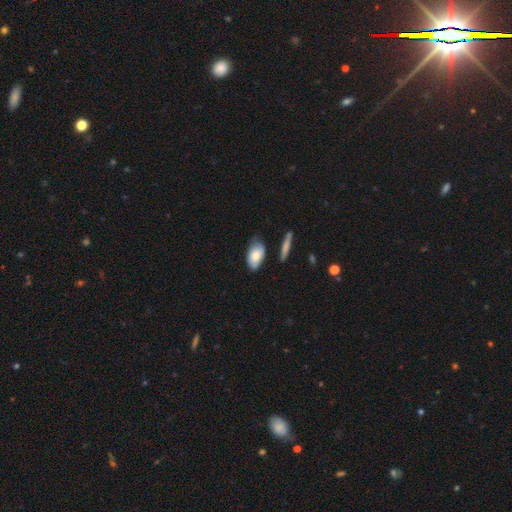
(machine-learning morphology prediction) Smooth or featured?
  - smooth: 76% *
  - featured or disk: 18%
  - star or artifact: 6%
How rounded?
  - in between: 92% *
  - round: 5%
  - cigar-shaped: 4%
Merging?
  - none: 67% *
  - minor disturbance: 25%
  - major disturbance: 4%
  - merger: 4%